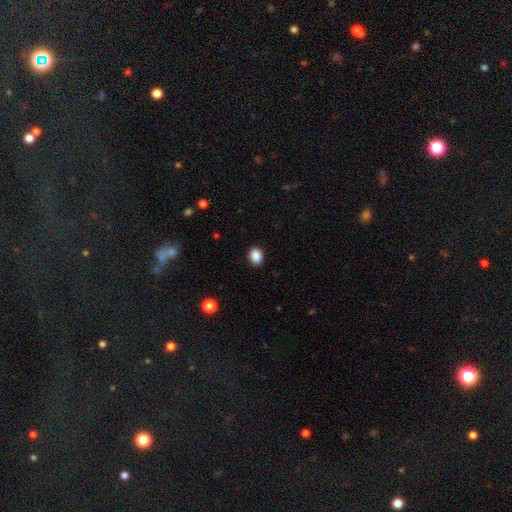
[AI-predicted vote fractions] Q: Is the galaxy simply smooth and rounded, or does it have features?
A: smooth — 88%.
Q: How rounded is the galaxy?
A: in between — 53%.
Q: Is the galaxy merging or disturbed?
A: none — 90%.